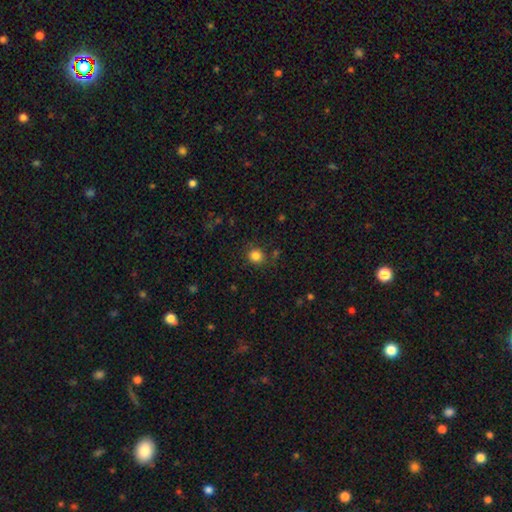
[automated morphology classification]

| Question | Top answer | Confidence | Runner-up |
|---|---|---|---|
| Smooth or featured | smooth | 84% | star or artifact (12%) |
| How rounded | round | 84% | in between (15%) |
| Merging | none | 82% | minor disturbance (11%) |